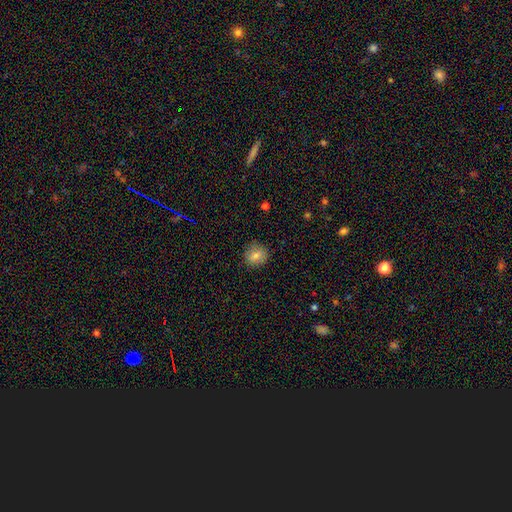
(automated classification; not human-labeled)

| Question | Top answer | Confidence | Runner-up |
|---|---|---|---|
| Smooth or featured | smooth | 78% | featured or disk (11%) |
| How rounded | round | 86% | in between (13%) |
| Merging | none | 87% | minor disturbance (9%) |